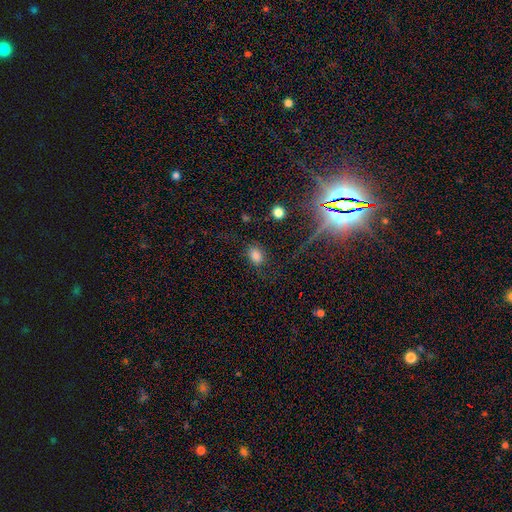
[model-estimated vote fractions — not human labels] Smooth or featured?
  - smooth: 76% *
  - star or artifact: 13%
  - featured or disk: 11%
How rounded?
  - in between: 70% *
  - round: 29%
  - cigar-shaped: 1%
Merging?
  - none: 69% *
  - minor disturbance: 17%
  - major disturbance: 11%
  - merger: 3%